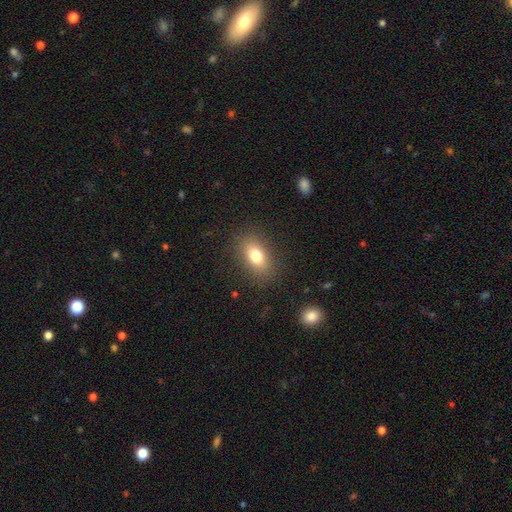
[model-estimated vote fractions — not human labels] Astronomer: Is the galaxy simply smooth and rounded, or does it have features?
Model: smooth — 77%.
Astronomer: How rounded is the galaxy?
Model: in between — 83%.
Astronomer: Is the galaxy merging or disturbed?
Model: none — 86%.